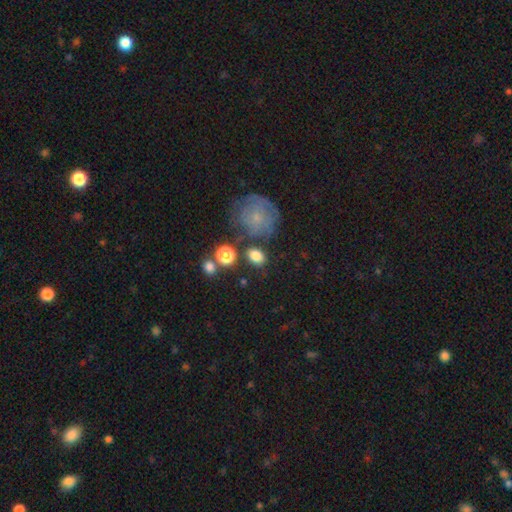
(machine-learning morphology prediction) This is likely a smooth galaxy (79%). How rounded: possibly in between (57%). Merging: likely none (72%).